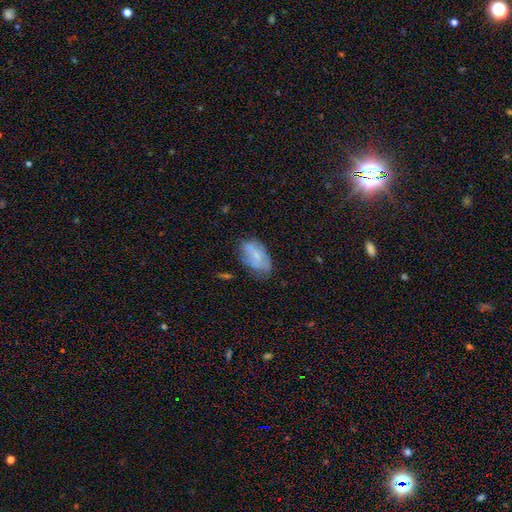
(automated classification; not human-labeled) The model was most divided on "merging": none: 54%, minor disturbance: 30%, major disturbance: 11%, merger: 5%. More confident: how rounded — in between (92%); smooth or featured — smooth (60%).